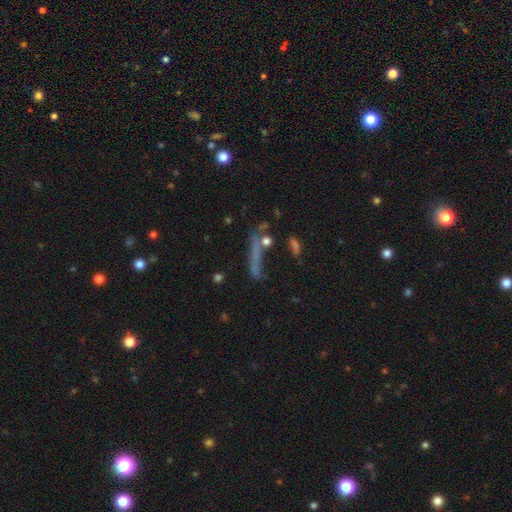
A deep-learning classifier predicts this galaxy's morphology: smooth_or_featured: smooth (p=0.45) [alt: featured or disk p=0.31]
merging: none (p=0.53) [alt: minor disturbance p=0.16]